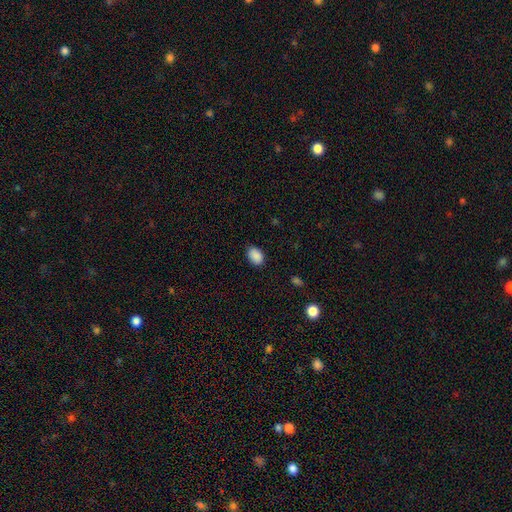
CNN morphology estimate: smooth-or-featured: smooth: 89% | star or artifact: 8% | featured or disk: 3%
  how-rounded: in between: 84% | round: 15% | cigar-shaped: 1%
  merging: none: 85% | minor disturbance: 12% | major disturbance: 2% | merger: 1%